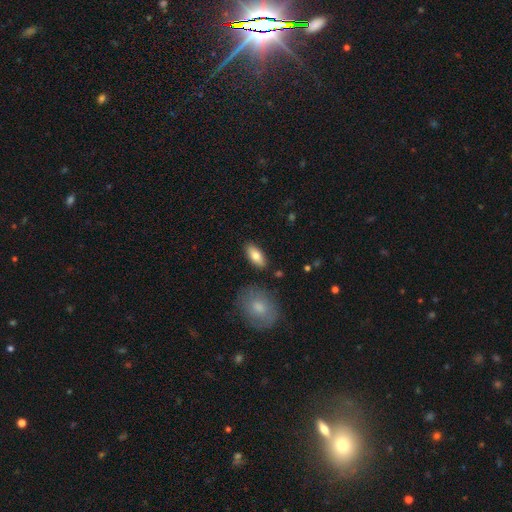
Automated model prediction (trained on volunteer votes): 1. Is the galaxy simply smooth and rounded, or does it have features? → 77% smooth, 16% featured or disk, 6% star or artifact.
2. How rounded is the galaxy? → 83% in between, 14% cigar-shaped, 3% round.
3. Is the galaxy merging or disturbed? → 86% none, 9% minor disturbance, 3% merger, 2% major disturbance.